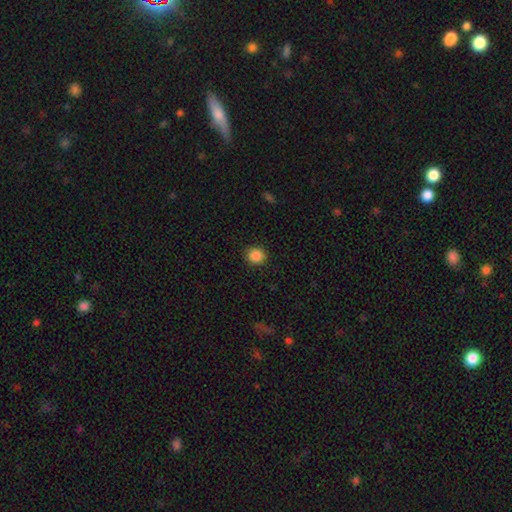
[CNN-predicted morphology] Smooth or featured? Predicted: smooth (p=0.87). How rounded? Predicted: round (p=0.88). Merging? Predicted: none (p=0.91).